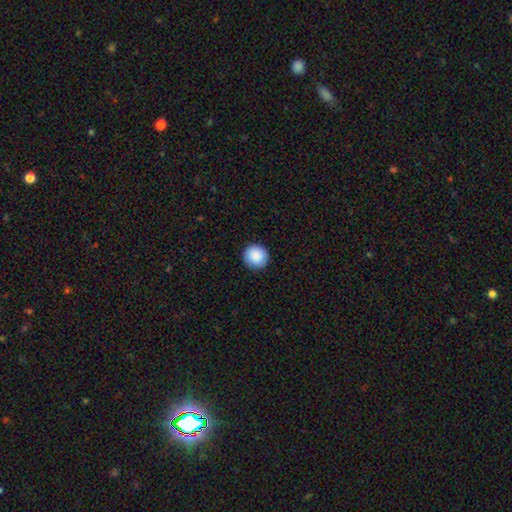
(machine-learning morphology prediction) The model was most divided on "smooth or featured": smooth: 89%, star or artifact: 8%, featured or disk: 3%. More confident: how rounded — round (93%); merging — none (91%).